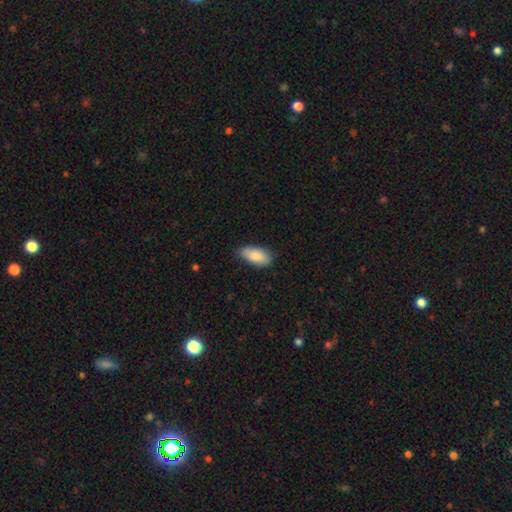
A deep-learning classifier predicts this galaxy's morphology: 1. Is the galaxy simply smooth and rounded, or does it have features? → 88% smooth, 6% featured or disk, 6% star or artifact.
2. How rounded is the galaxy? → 90% in between, 7% cigar-shaped, 2% round.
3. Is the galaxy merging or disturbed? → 72% none, 24% minor disturbance, 3% major disturbance, 1% merger.